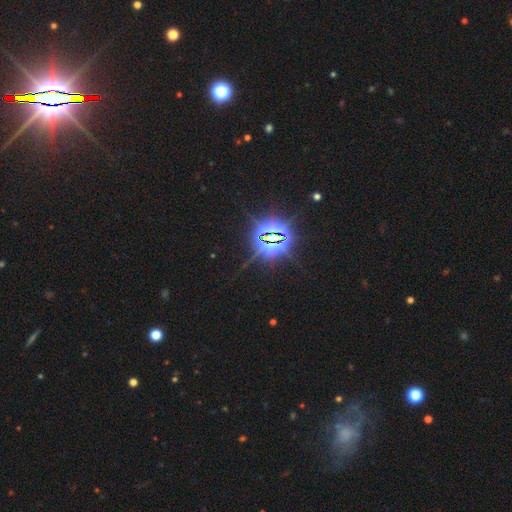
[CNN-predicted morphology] Smooth or featured? Predicted: star or artifact (p=0.85).